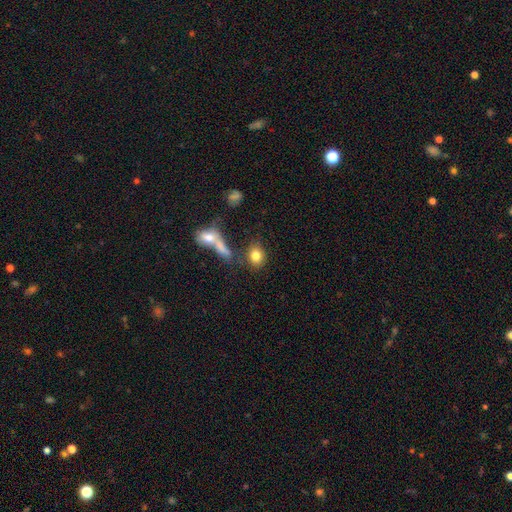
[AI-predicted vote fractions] Morphology: type=smooth (81%); roundness=round (52%); merging=none (68%).